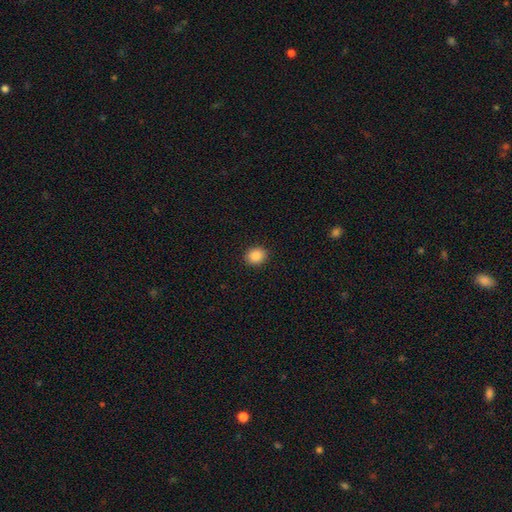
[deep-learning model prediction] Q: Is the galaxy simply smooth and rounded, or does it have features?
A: smooth — 86%.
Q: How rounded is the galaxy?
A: round — 63%.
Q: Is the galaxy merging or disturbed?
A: none — 91%.